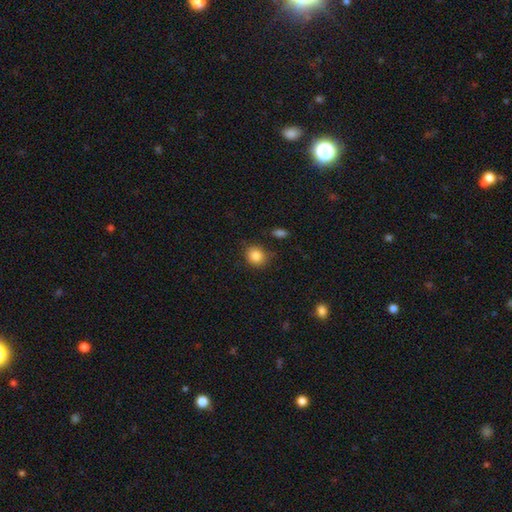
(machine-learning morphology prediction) Q: Smooth or featured?
A: smooth (85%); runner-up: star or artifact (9%)
Q: How rounded?
A: round (75%); runner-up: in between (24%)
Q: Merging?
A: none (81%); runner-up: minor disturbance (13%)